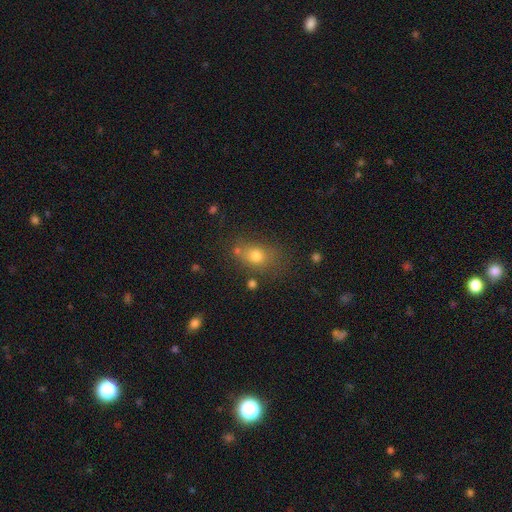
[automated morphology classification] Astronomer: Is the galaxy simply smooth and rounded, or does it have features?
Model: smooth — 75%.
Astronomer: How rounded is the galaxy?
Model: in between — 56% (runner-up: round, 42%).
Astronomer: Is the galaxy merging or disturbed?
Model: none — 64%.